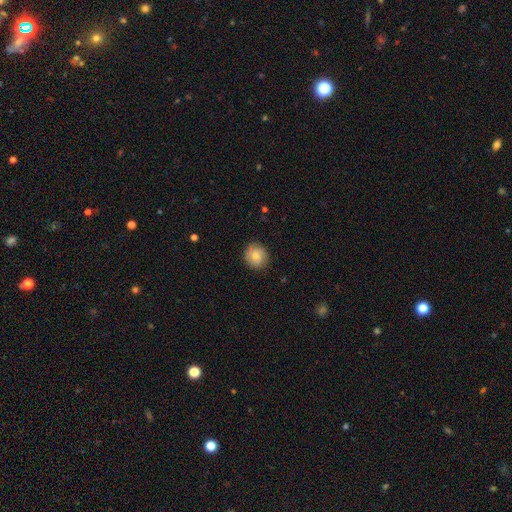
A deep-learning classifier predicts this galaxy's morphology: Smooth or featured?
  - smooth: 75% *
  - featured or disk: 17%
  - star or artifact: 8%
How rounded?
  - round: 87% *
  - in between: 12%
  - cigar-shaped: 1%
Merging?
  - none: 85% *
  - minor disturbance: 11%
  - major disturbance: 3%
  - merger: 1%